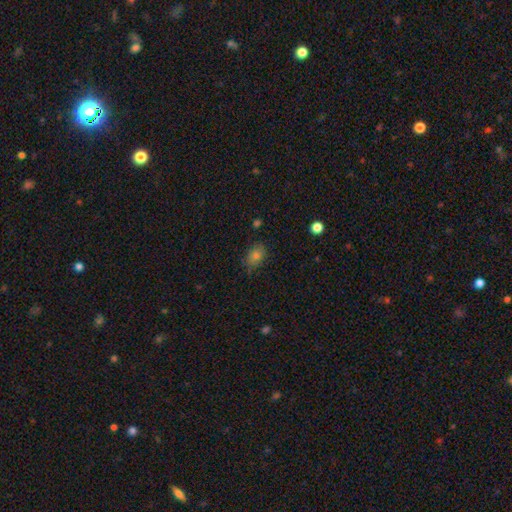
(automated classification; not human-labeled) Smooth or featured: smooth — 73% (star or artifact — 17%)
How rounded: in between — 75% (round — 23%)
Merging: none — 77% (minor disturbance — 18%)